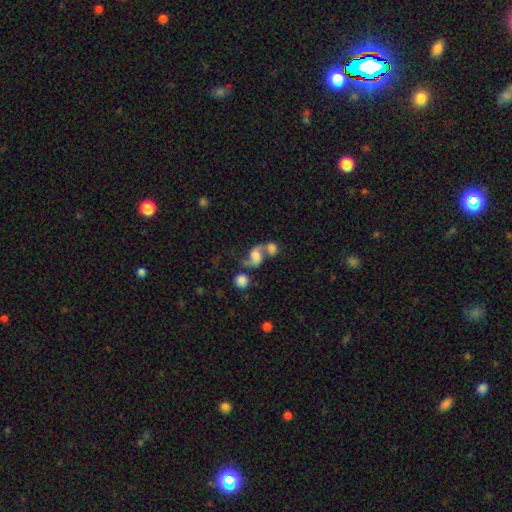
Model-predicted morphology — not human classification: This is likely a featured or disk galaxy (67%). It is clearly not viewed edge-on (97%). Bar: possibly no (58%). Spiral arm pattern: clearly yes (91%). Spiral arm count: clearly 2 (89%). Spiral winding: likely loose (70%). Central bulge: marginally moderate (36%). Merging: possibly merger (46%).